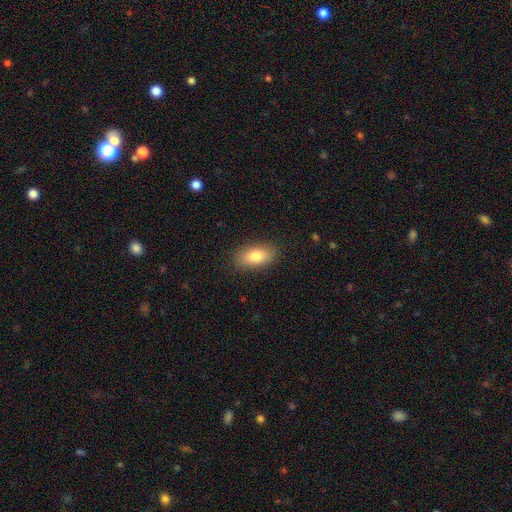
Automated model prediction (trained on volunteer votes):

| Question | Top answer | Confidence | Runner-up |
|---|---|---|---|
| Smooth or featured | smooth | 80% | featured or disk (12%) |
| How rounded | in between | 91% | cigar-shaped (5%) |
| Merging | none | 86% | minor disturbance (10%) |